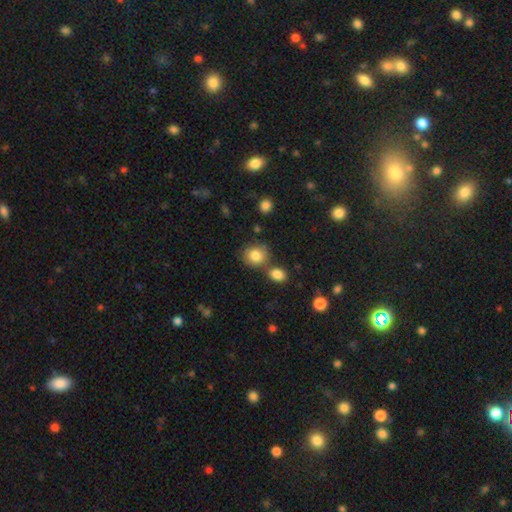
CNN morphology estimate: This appears to be a smooth galaxy with no disk features (83%) that is round (76%). Merging: none (64%).